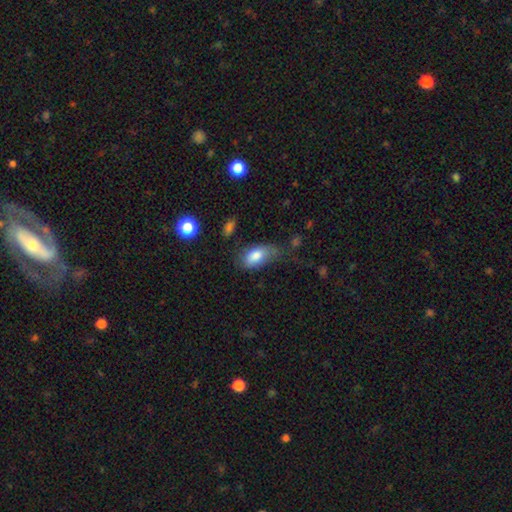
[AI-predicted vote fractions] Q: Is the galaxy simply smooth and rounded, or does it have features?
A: smooth — 80%.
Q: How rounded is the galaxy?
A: in between — 91%.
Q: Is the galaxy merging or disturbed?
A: none — 39%.